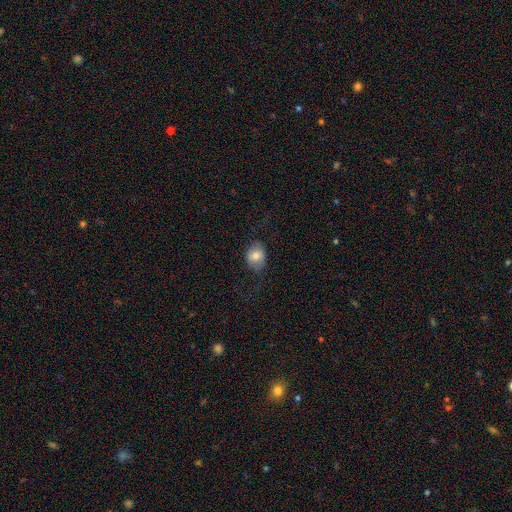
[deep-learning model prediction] A smooth galaxy with no disk features (70%) that is round (51%).

Vote fractions:
- Smooth or featured? smooth: 70% / featured or disk: 21% / star or artifact: 9%
- How rounded? round: 51% / in between: 48% / cigar-shaped: 1%
- Merging? none: 68% / minor disturbance: 20% / major disturbance: 11% / merger: 1%